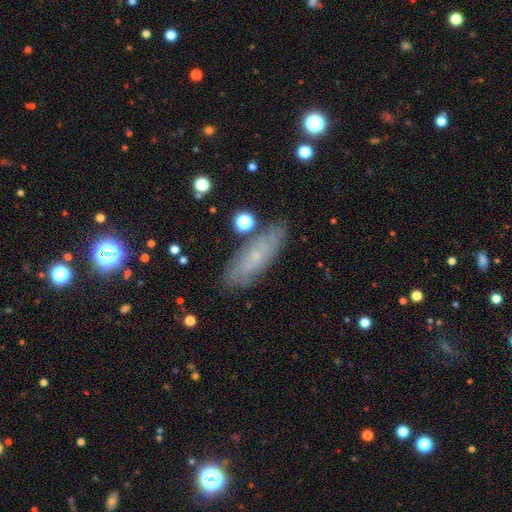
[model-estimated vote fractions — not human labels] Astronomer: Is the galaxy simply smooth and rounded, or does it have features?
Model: smooth — 49% (runner-up: featured or disk, 40%).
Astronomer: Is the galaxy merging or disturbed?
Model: none — 82%.